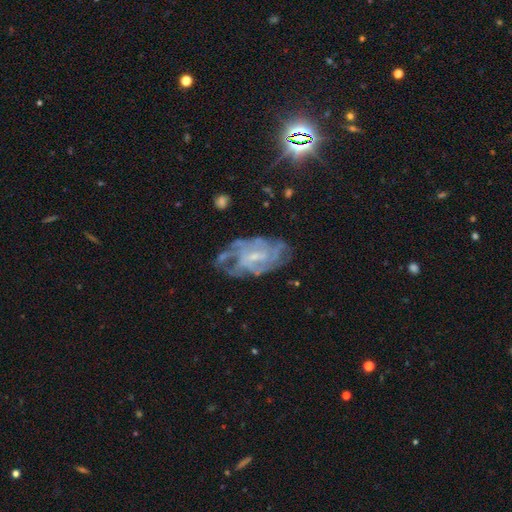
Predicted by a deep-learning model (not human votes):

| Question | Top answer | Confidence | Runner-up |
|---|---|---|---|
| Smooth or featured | featured or disk | 79% | smooth (12%) |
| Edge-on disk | no | 96% | yes (4%) |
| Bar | weak | 46% | no (44%) |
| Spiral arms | yes | 85% | no (15%) |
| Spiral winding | tight | 50% | medium (37%) |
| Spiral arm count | can't tell | 48% | 3 (14%) |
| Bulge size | small | 65% | moderate (23%) |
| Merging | none | 55% | minor disturbance (24%) |